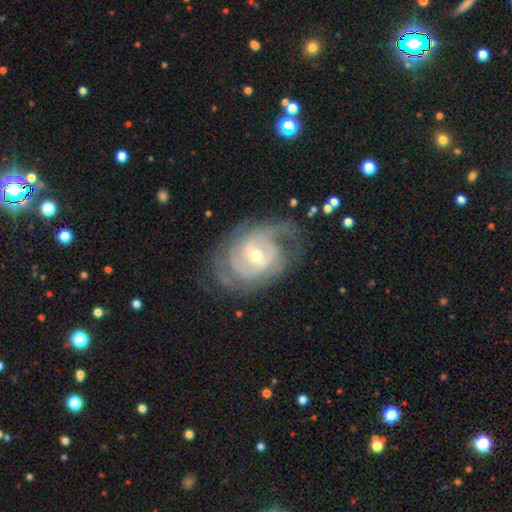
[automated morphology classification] Overall: featured or disk (87%). Edge-on disk: no (97%). Bar: weak (49%; no 31%). Spiral arms: yes (94%). Spiral arm count: 2 (37%; can't tell 28%). Spiral winding: tight (54%; medium 35%). Bulge size: small (50%; moderate 47%). Merging: none (64%).